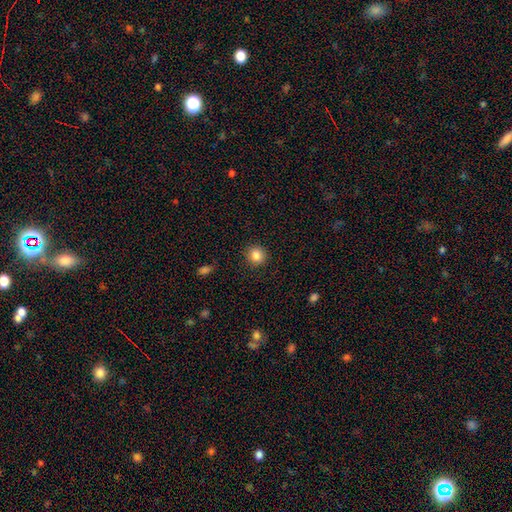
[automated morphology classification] Smooth or featured? smooth (84%)
How rounded? round (92%)
Merging? none (91%)